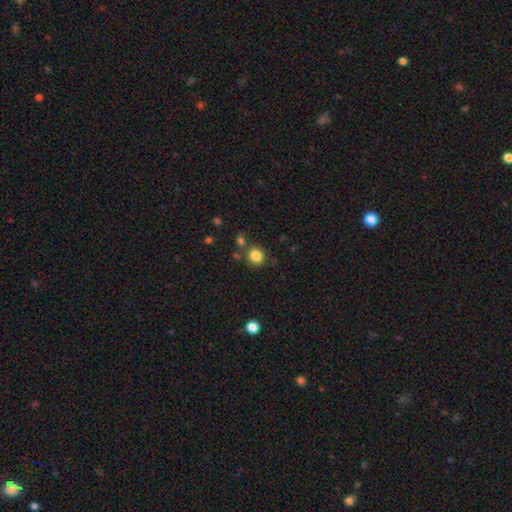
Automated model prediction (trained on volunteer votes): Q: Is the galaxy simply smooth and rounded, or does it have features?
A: smooth — 84%.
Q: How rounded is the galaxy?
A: round — 92%.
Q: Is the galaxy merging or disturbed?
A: none — 78%.